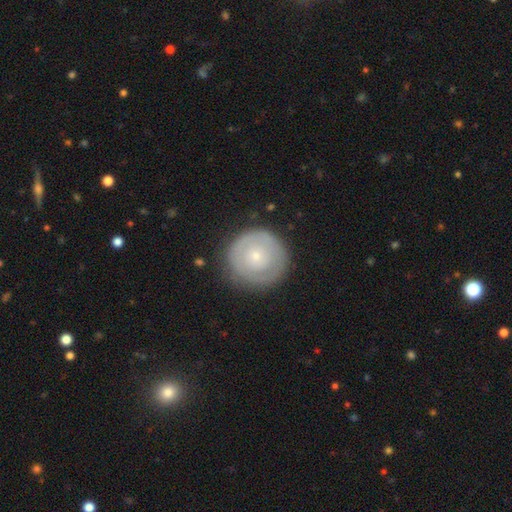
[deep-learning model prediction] Smooth or featured: featured or disk — 50% (smooth — 44%)
Merging: none — 83% (minor disturbance — 12%)